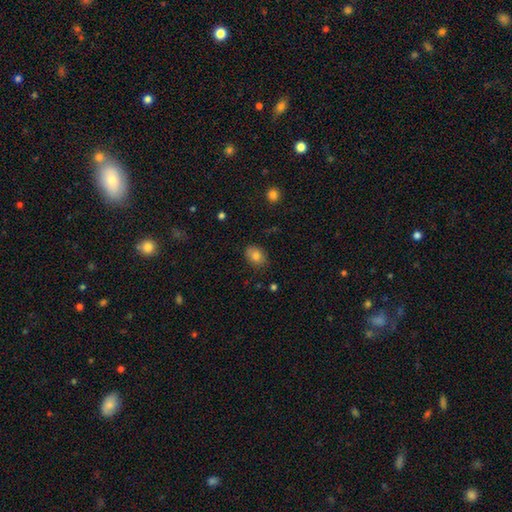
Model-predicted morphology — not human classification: A smooth galaxy with no disk features (81%) that is in between round and cigar-shaped (71%).

Vote fractions:
- Smooth or featured? smooth: 81% / featured or disk: 10% / star or artifact: 9%
- How rounded? in between: 71% / round: 27% / cigar-shaped: 1%
- Merging? none: 80% / minor disturbance: 16% / major disturbance: 3% / merger: 1%